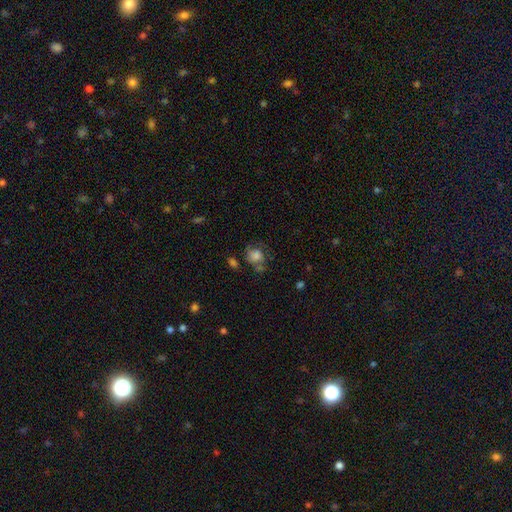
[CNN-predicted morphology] Smooth or featured? Predicted: smooth (p=0.65). How rounded? Predicted: round (p=0.69). Merging? Predicted: none (p=0.43).